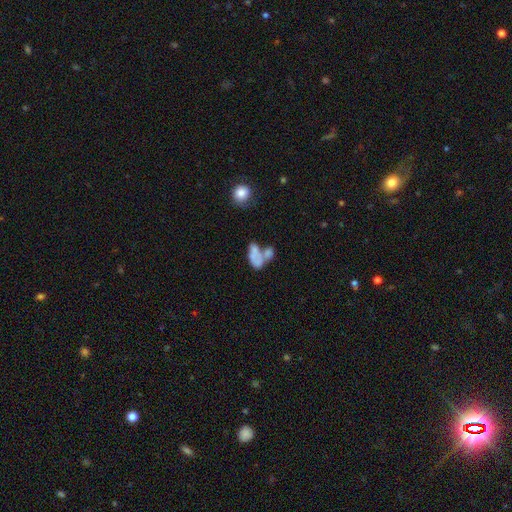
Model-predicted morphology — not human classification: type=smooth (56%); roundness=in between (84%); merging=merger (56%).